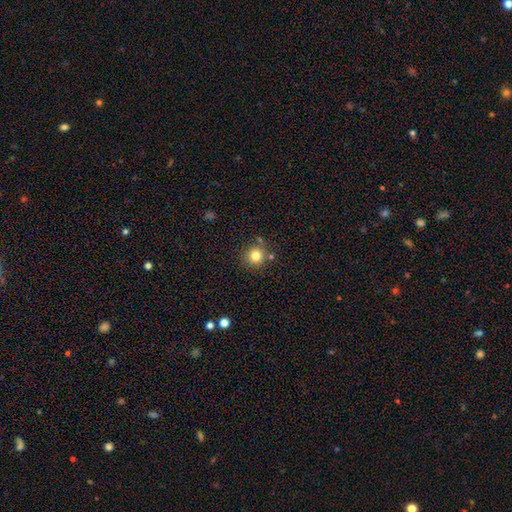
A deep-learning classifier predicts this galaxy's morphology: Smooth or featured?
  - smooth: 81% *
  - star or artifact: 12%
  - featured or disk: 7%
How rounded?
  - round: 94% *
  - in between: 5%
  - cigar-shaped: 1%
Merging?
  - none: 80% *
  - minor disturbance: 9%
  - merger: 8%
  - major disturbance: 3%